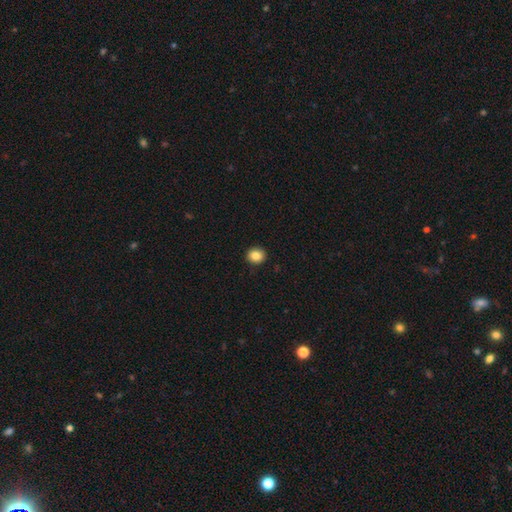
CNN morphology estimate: smooth-or-featured: smooth: 86% | star or artifact: 9% | featured or disk: 5%
  how-rounded: round: 81% | in between: 19% | cigar-shaped: 1%
  merging: none: 92% | minor disturbance: 5% | major disturbance: 2% | merger: 1%